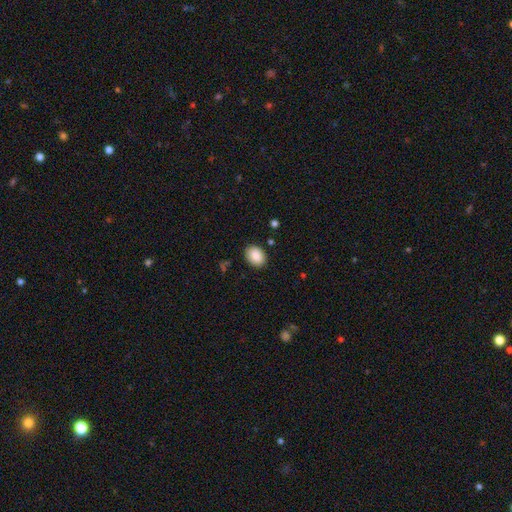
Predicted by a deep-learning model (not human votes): Smooth or featured: smooth — 89% (star or artifact — 7%)
How rounded: in between — 64% (round — 35%)
Merging: none — 88% (minor disturbance — 9%)